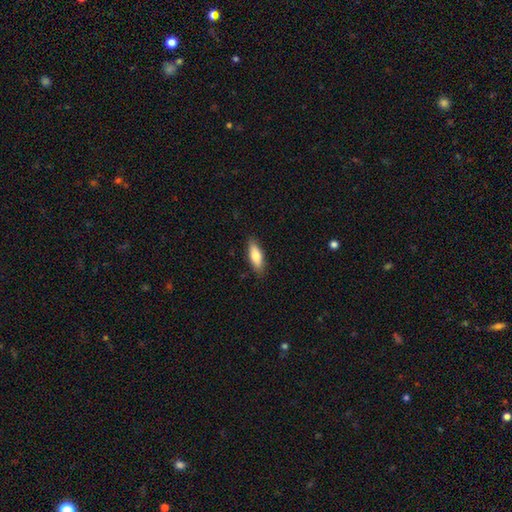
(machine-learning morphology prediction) Smooth or featured: smooth — 75% (featured or disk — 19%)
How rounded: in between — 64% (cigar-shaped — 34%)
Merging: none — 86% (minor disturbance — 11%)